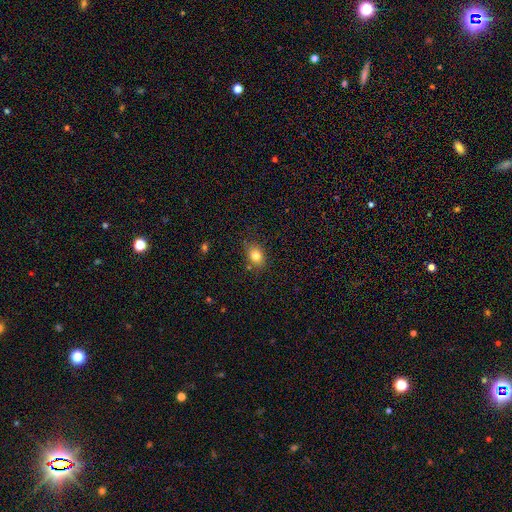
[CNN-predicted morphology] The model was most divided on "how rounded": in between: 58%, round: 41%, cigar-shaped: 1%. More confident: smooth or featured — smooth (81%); merging — none (80%).